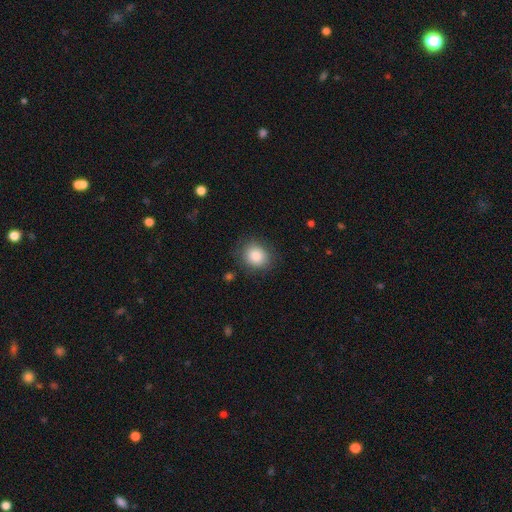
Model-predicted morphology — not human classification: smooth-or-featured: smooth: 85% | star or artifact: 9% | featured or disk: 6%
  how-rounded: round: 71% | in between: 28% | cigar-shaped: 1%
  merging: none: 83% | minor disturbance: 12% | major disturbance: 4% | merger: 1%